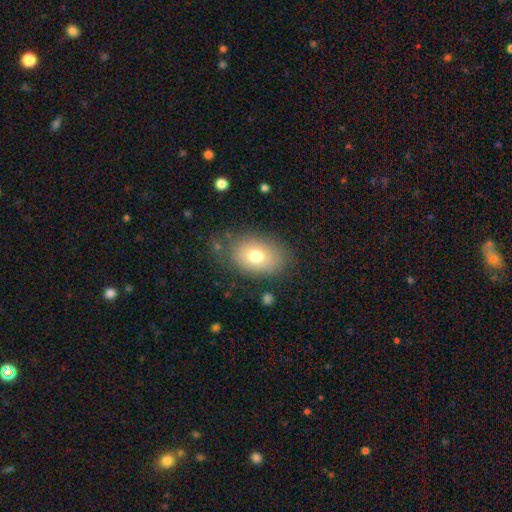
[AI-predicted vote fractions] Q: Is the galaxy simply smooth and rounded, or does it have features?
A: smooth — 73%.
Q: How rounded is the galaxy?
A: in between — 82%.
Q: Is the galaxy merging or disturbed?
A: none — 75%.